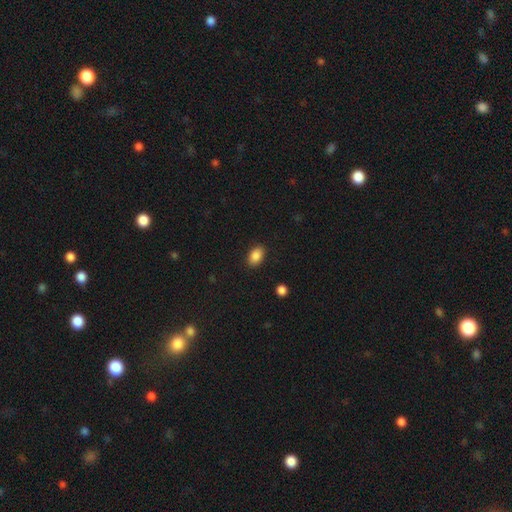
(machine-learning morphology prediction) The model was most divided on "how rounded": in between: 85%, round: 14%, cigar-shaped: 1%. More confident: merging — none (89%); smooth or featured — smooth (88%).